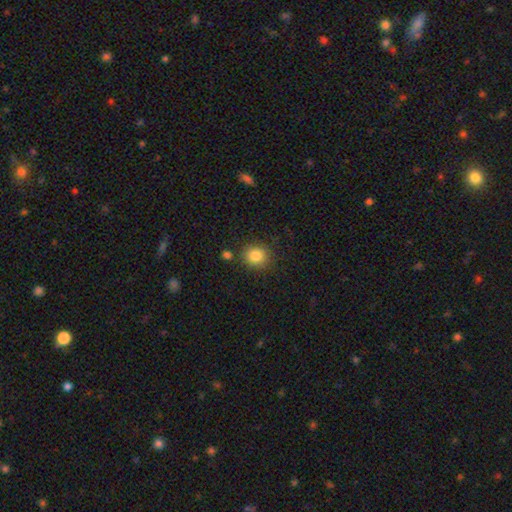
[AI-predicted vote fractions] Smooth or featured? smooth (85%)
How rounded? round (79%)
Merging? none (83%)